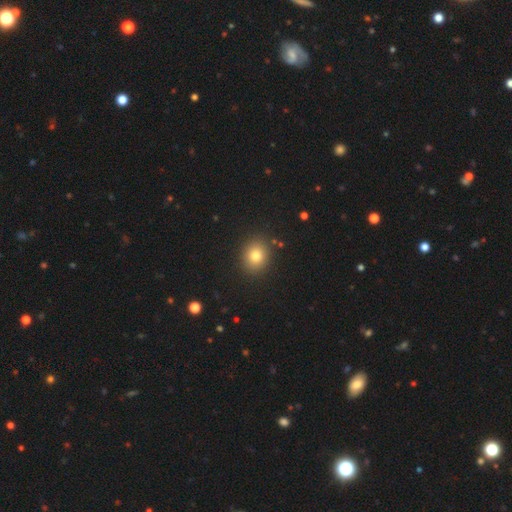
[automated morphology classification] Smooth or featured? Predicted: smooth (p=0.79). How rounded? Predicted: round (p=0.72). Merging? Predicted: none (p=0.89).